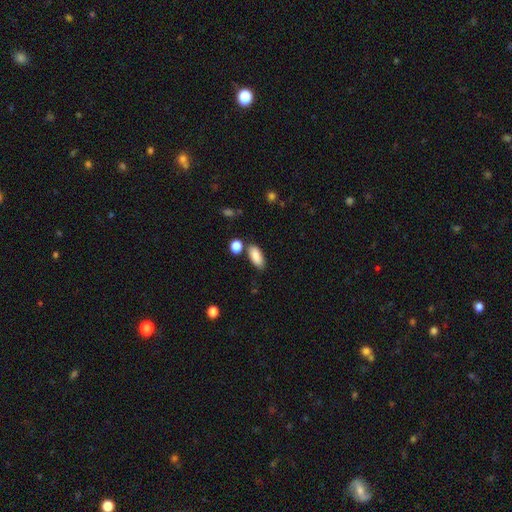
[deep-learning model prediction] This is clearly a smooth galaxy (88%). How rounded: clearly in between (87%). Merging: likely none (75%).